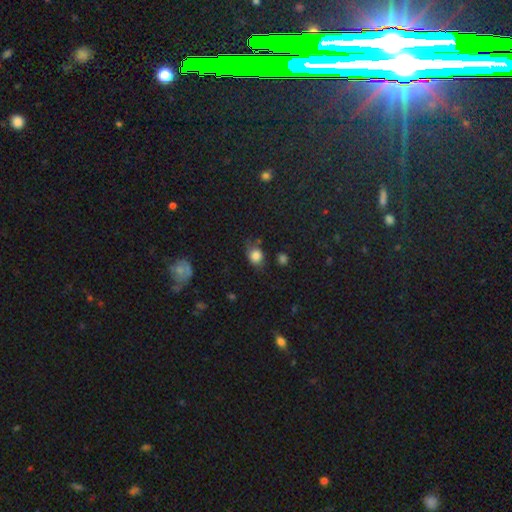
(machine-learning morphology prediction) Smooth or featured? Predicted: smooth (p=0.79). How rounded? Predicted: round (p=0.58). Merging? Predicted: none (p=0.58).